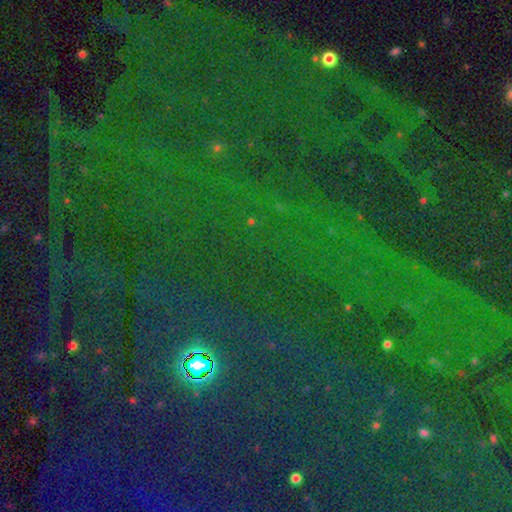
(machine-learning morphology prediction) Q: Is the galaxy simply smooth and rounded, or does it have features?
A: star or artifact — 83%.